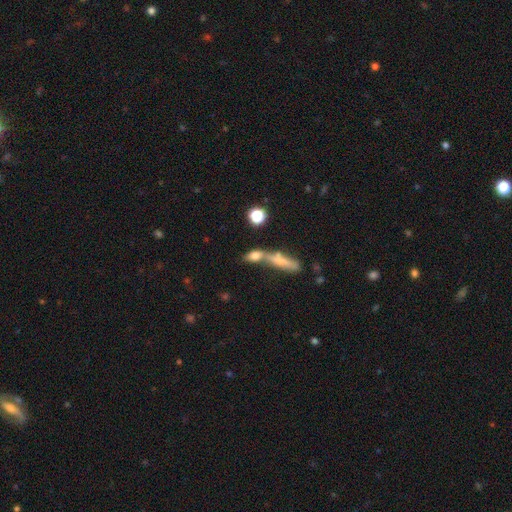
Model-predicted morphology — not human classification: Smooth or featured: smooth — 66% (featured or disk — 22%)
How rounded: in between — 53% (cigar-shaped — 35%)
Merging: merger — 47% (none — 37%)